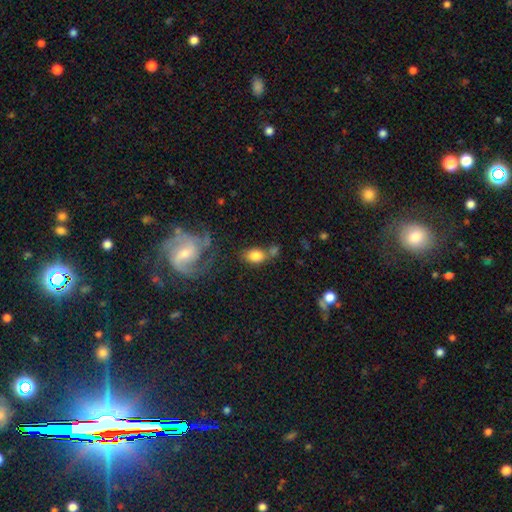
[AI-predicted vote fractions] A smooth galaxy with no disk features (78%) that is in between round and cigar-shaped (79%).

Vote fractions:
- Smooth or featured? smooth: 78% / featured or disk: 14% / star or artifact: 8%
- How rounded? in between: 79% / round: 18% / cigar-shaped: 2%
- Merging? none: 46% / merger: 25% / minor disturbance: 19% / major disturbance: 10%